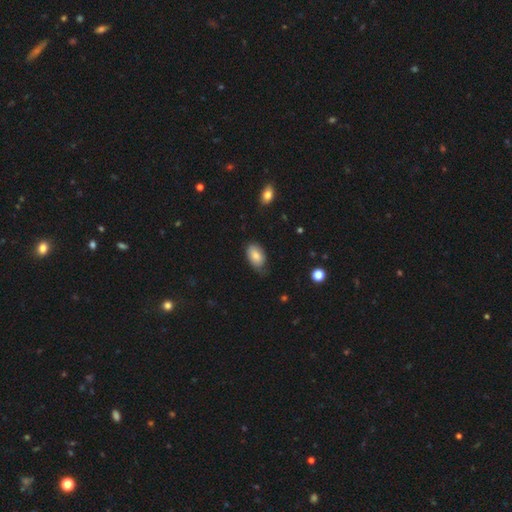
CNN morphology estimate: Smooth or featured? Predicted: smooth (p=0.78). How rounded? Predicted: in between (p=0.92). Merging? Predicted: none (p=0.55).